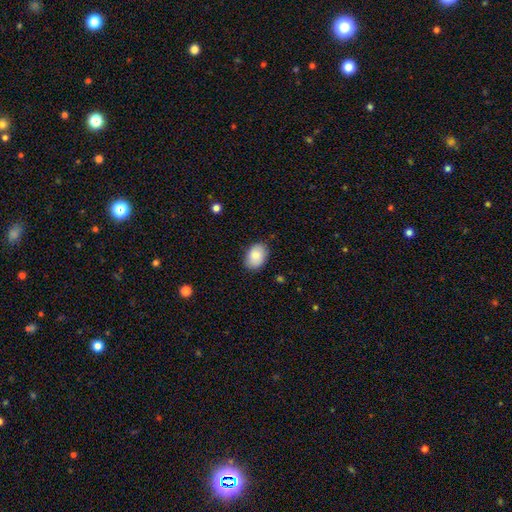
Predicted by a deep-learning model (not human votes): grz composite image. It shows a smooth galaxy with no disk features (88%) that is in between round and cigar-shaped (81%). Merging: none (85%).